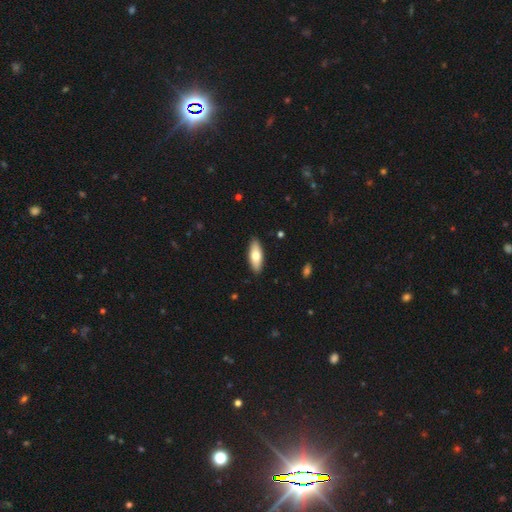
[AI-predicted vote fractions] A smooth galaxy with no disk features (70%) that is in between round and cigar-shaped (69%). Merging: none (90%).